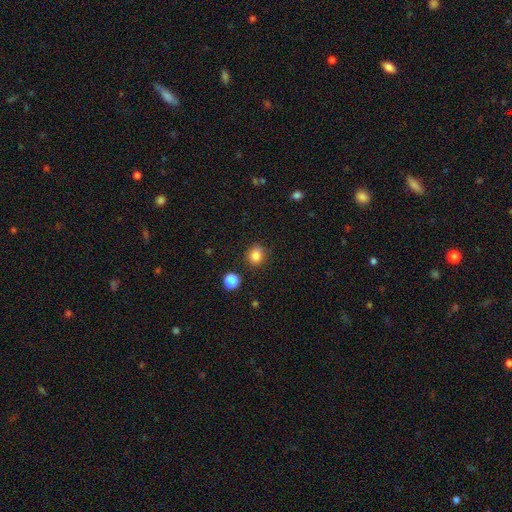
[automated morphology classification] A smooth galaxy with no disk features (83%) that is round (81%). Merging: none (85%).